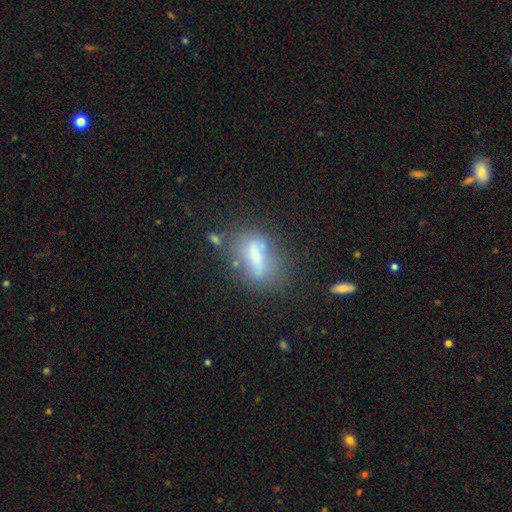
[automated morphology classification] Smooth or featured? Predicted: smooth (p=0.53). How rounded? Predicted: in between (p=0.66). Merging? Predicted: none (p=0.46).